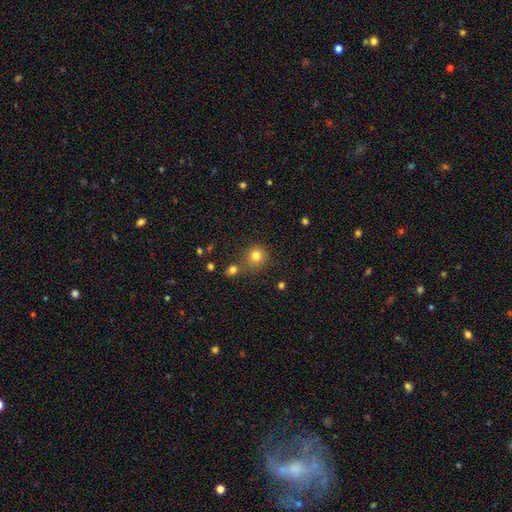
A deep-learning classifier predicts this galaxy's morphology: A smooth galaxy with no disk features (80%) that is round (91%). Merging: none (73%).